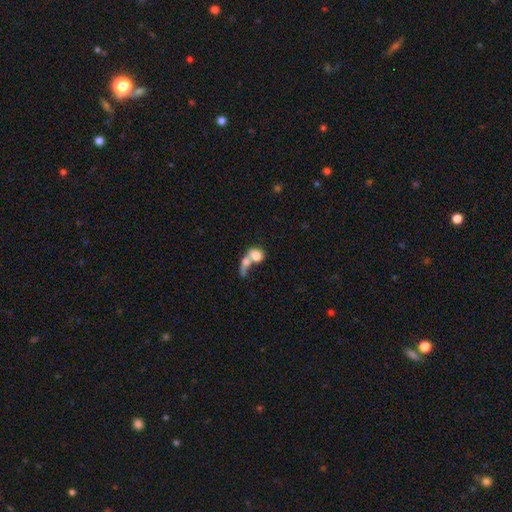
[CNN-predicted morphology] The model was most divided on "how rounded": round: 49%, in between: 48%, cigar-shaped: 3%. More confident: merging — merger (72%); smooth or featured — smooth (72%).